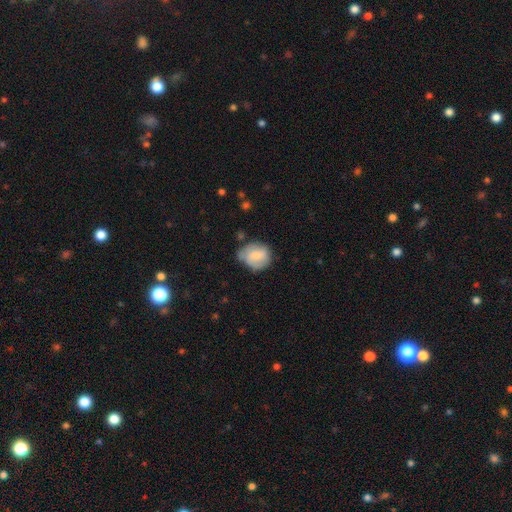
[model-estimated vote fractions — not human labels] The model was most divided on "merging": none: 51%, minor disturbance: 34%, major disturbance: 11%, merger: 4%. More confident: how rounded — round (67%); smooth or featured — smooth (66%).